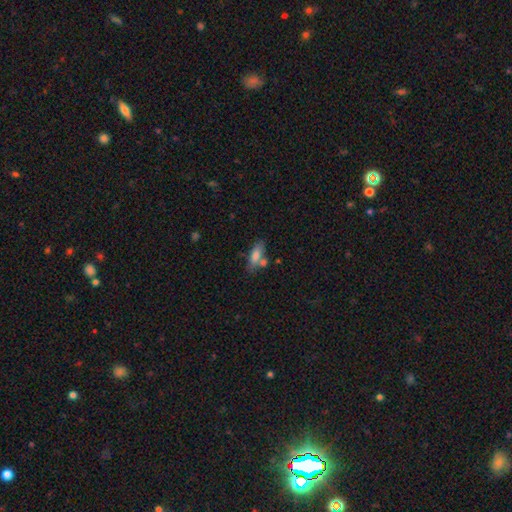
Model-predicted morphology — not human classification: Overall: smooth (74%). How rounded: in between (65%; cigar-shaped 32%). Merging: none (57%; merger 21%).